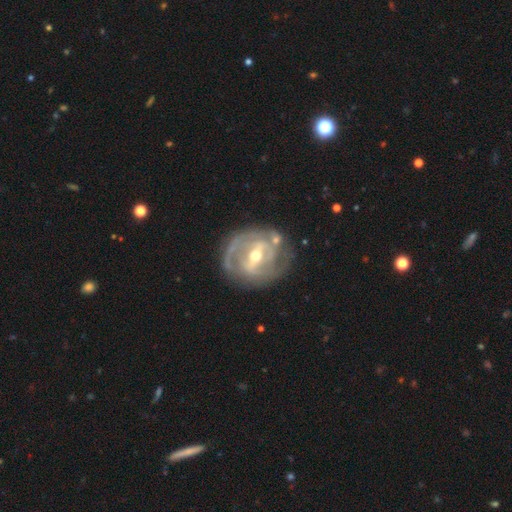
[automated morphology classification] The model was most divided on "bar": strong: 51%, weak: 36%, no: 13%. More confident: edge-on disk — no (95%); smooth or featured — featured or disk (85%); spiral arms — yes (84%); merging — none (70%); bulge size — moderate (63%); spiral winding — tight (54%); spiral arm count — 2 (52%).